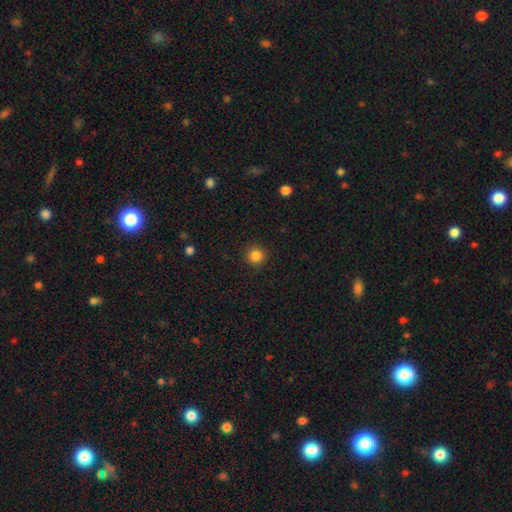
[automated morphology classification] A smooth galaxy with no disk features (85%) that is round (94%).

Vote fractions:
- Smooth or featured? smooth: 85% / star or artifact: 11% / featured or disk: 4%
- How rounded? round: 94% / in between: 5% / cigar-shaped: 1%
- Merging? none: 91% / minor disturbance: 6% / major disturbance: 2% / merger: 1%